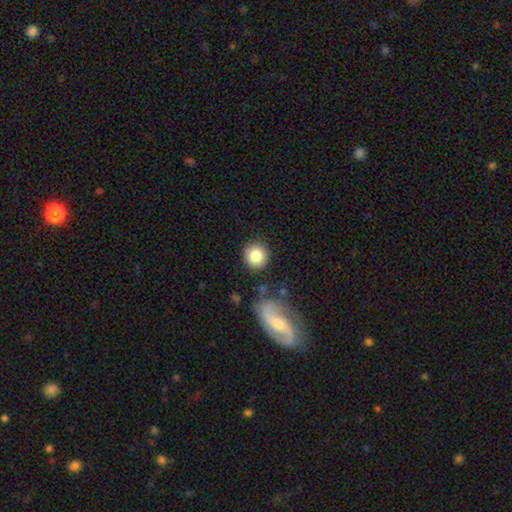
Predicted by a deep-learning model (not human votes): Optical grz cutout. It shows a smooth galaxy with no disk features (83%) that is round (92%). Merging: none (85%).